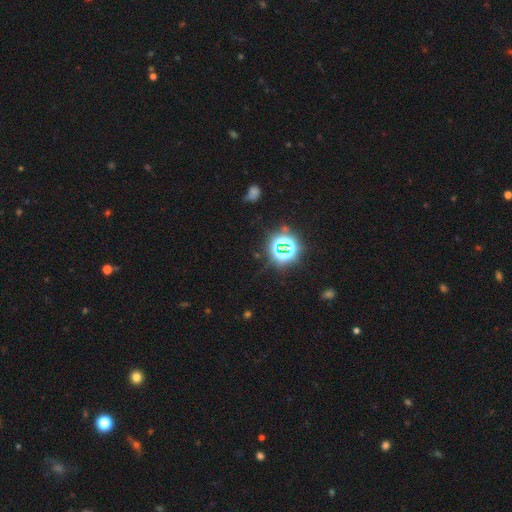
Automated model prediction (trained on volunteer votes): This is likely a star or artifact rather than a galaxy (75%).